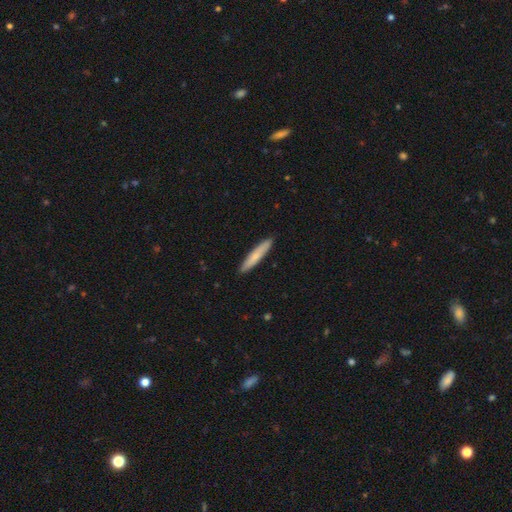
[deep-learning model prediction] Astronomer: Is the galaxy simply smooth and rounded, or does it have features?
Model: smooth — 73%.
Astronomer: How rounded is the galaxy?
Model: cigar-shaped — 92%.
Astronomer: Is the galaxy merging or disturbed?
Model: none — 91%.